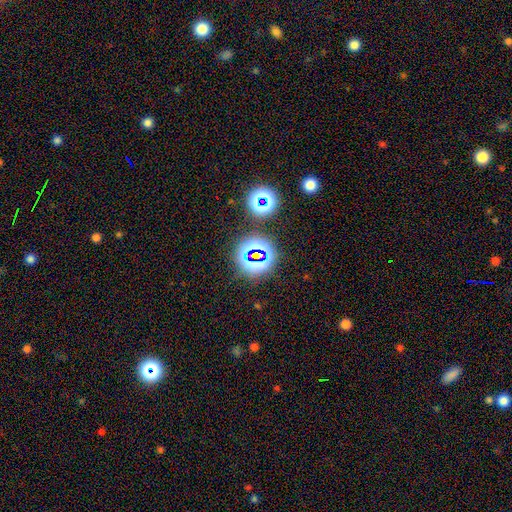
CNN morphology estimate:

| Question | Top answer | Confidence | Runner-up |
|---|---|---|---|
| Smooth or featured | star or artifact | 70% | smooth (20%) |